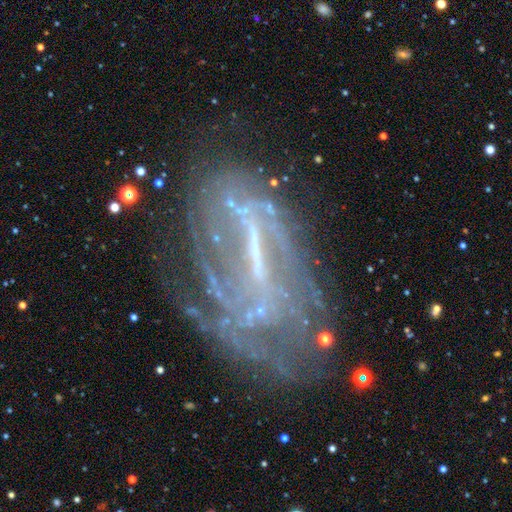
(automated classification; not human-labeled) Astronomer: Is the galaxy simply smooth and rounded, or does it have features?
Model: featured or disk — 71%.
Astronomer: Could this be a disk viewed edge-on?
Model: no — 86%.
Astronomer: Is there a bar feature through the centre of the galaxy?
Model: strong — 57%.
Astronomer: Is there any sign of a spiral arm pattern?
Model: yes — 53% (runner-up: no, 47%).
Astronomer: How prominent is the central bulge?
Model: none — 48% (runner-up: small, 35%).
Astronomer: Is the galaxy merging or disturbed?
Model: none — 50%.